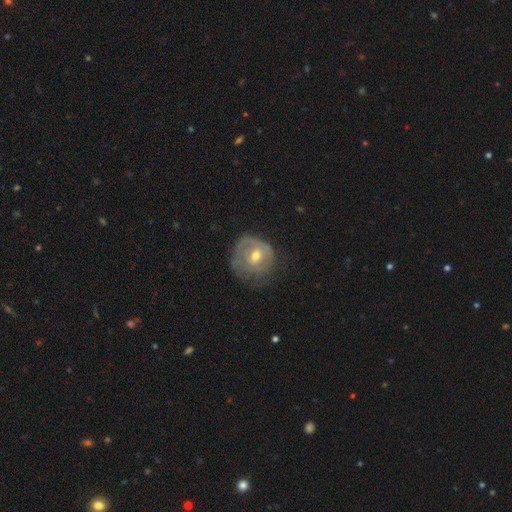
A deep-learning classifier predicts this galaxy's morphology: Smooth or featured? featured or disk (56%)
Edge-on disk? no (96%)
Bar? no (64%)
Spiral arms? yes (52%)
Bulge size? moderate (61%)
Merging? none (48%)